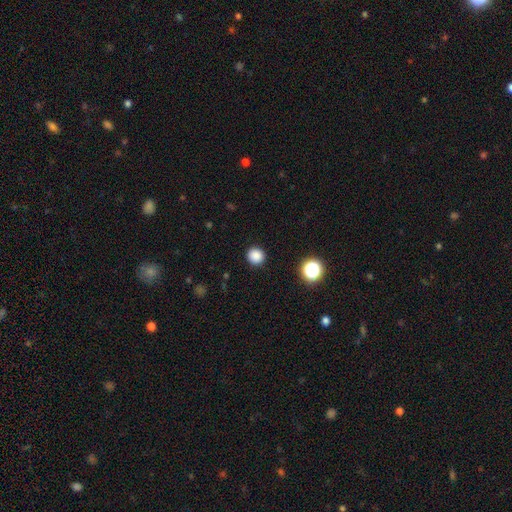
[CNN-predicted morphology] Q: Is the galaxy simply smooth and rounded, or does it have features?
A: smooth — 86%.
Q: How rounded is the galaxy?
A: round — 92%.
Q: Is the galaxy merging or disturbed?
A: none — 92%.